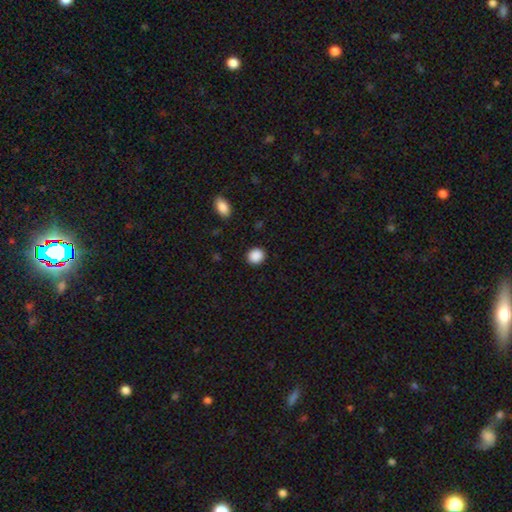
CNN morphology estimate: smooth_or_featured: smooth (p=0.89) [alt: star or artifact p=0.08]
how_rounded: round (p=0.82) [alt: in between p=0.17]
merging: none (p=0.91) [alt: minor disturbance p=0.06]